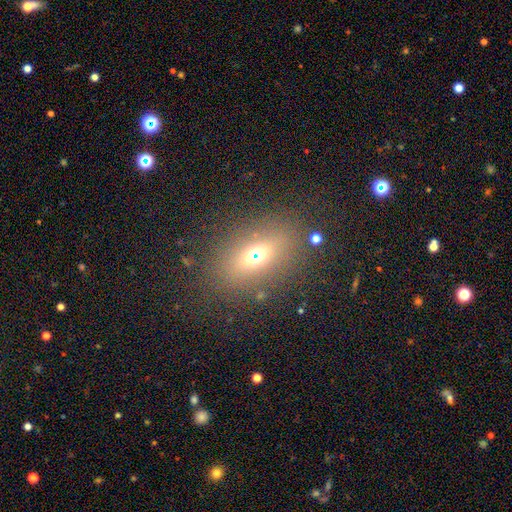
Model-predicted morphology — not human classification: Smooth or featured: smooth — 59% (star or artifact — 24%)
How rounded: in between — 67% (round — 29%)
Merging: none — 78% (minor disturbance — 11%)